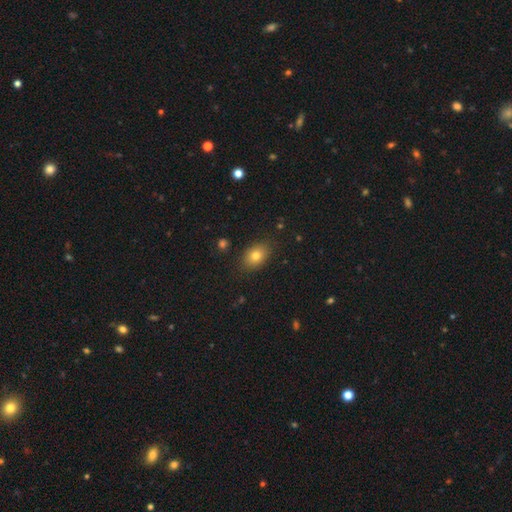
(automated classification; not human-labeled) This is likely a smooth galaxy (78%). How rounded: likely in between (76%). Merging: clearly none (85%).